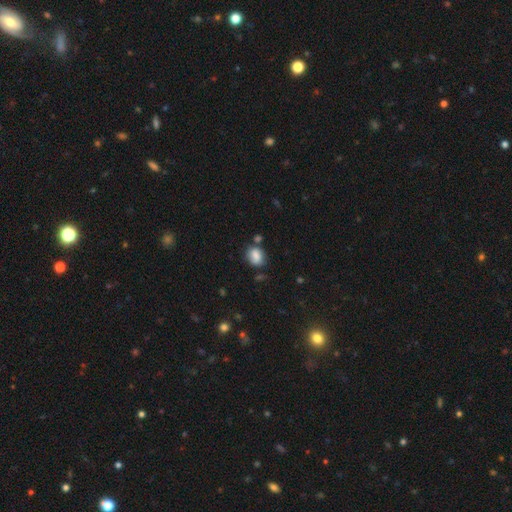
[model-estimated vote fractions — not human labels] Morphology: type=smooth (81%); roundness=in between (51%); merging=none (64%).